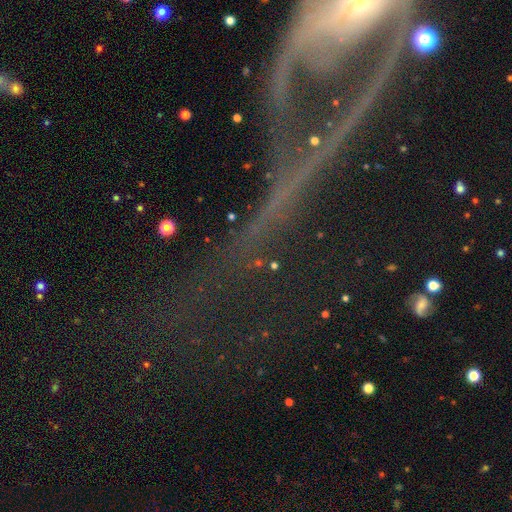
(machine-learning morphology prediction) smooth-or-featured: featured or disk: 43% | star or artifact: 40% | smooth: 16%
  merging: none: 47% | major disturbance: 26% | minor disturbance: 15% | merger: 12%